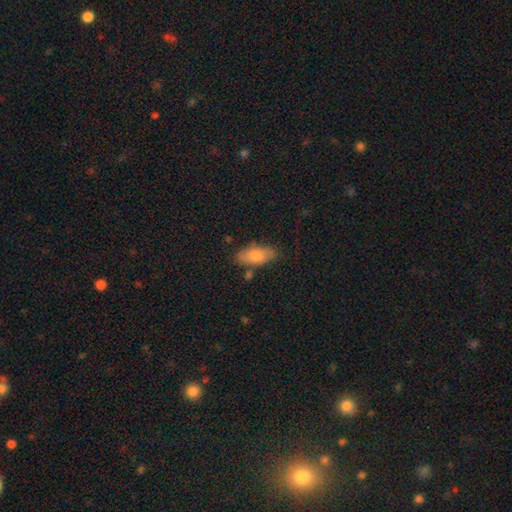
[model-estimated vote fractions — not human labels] smooth-or-featured: smooth: 77% | featured or disk: 16% | star or artifact: 7%
  how-rounded: in between: 82% | cigar-shaped: 15% | round: 3%
  merging: none: 73% | minor disturbance: 17% | merger: 6% | major disturbance: 4%